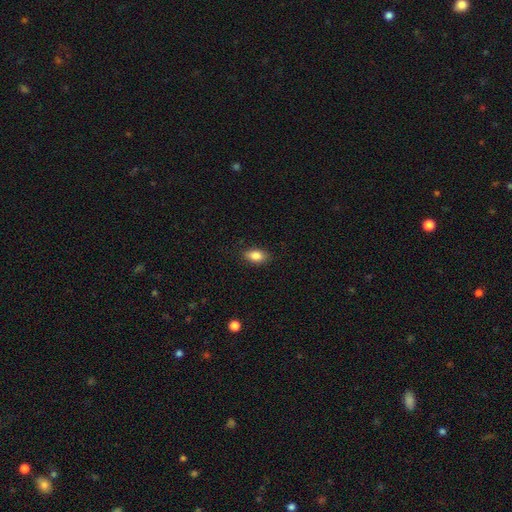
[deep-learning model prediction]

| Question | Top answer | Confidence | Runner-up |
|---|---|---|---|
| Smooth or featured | smooth | 85% | star or artifact (8%) |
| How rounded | in between | 86% | round (11%) |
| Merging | none | 85% | minor disturbance (11%) |